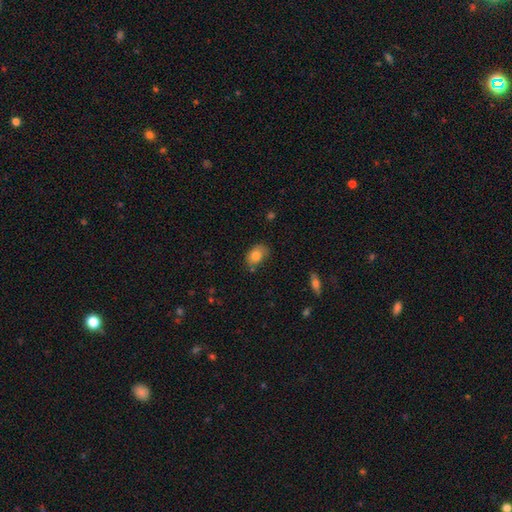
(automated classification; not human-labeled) The model was most divided on "merging": none: 62%, minor disturbance: 28%, major disturbance: 6%, merger: 4%. More confident: how rounded — in between (80%); smooth or featured — smooth (80%).